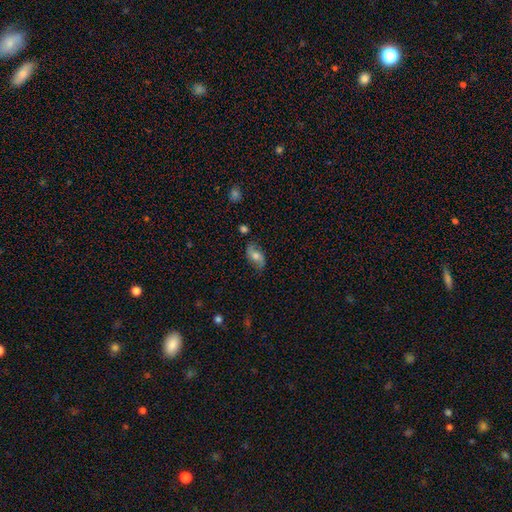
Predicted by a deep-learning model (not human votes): Smooth or featured: featured or disk — 50% (smooth — 41%)
Edge-on disk: no — 93% (yes — 7%)
Merging: none — 74% (minor disturbance — 19%)